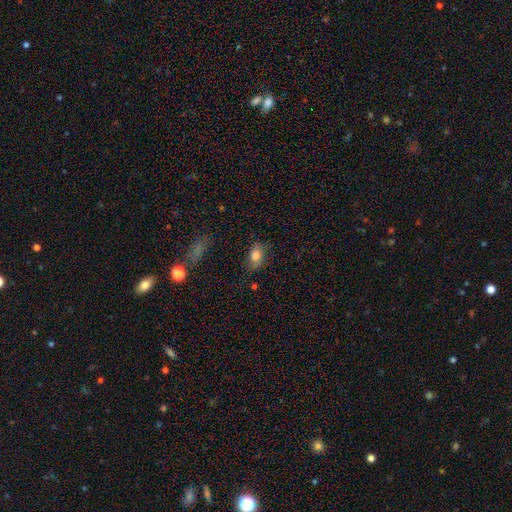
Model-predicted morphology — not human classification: Smooth or featured?
  - smooth: 76% *
  - featured or disk: 15%
  - star or artifact: 9%
How rounded?
  - in between: 83% *
  - round: 12%
  - cigar-shaped: 5%
Merging?
  - none: 72% *
  - minor disturbance: 20%
  - major disturbance: 6%
  - merger: 2%